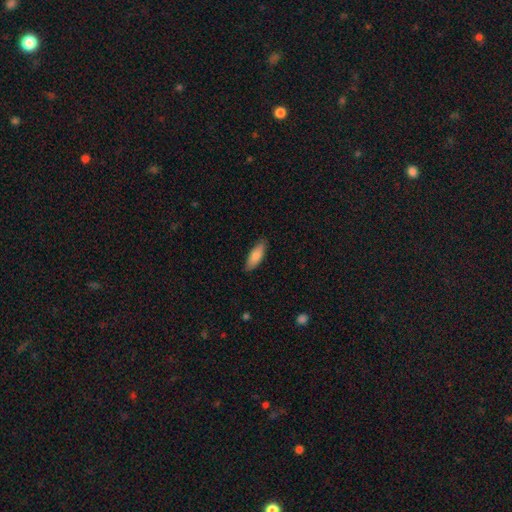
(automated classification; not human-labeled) A smooth galaxy with no disk features (82%) that is in between round and cigar-shaped (66%). Merging: none (86%).